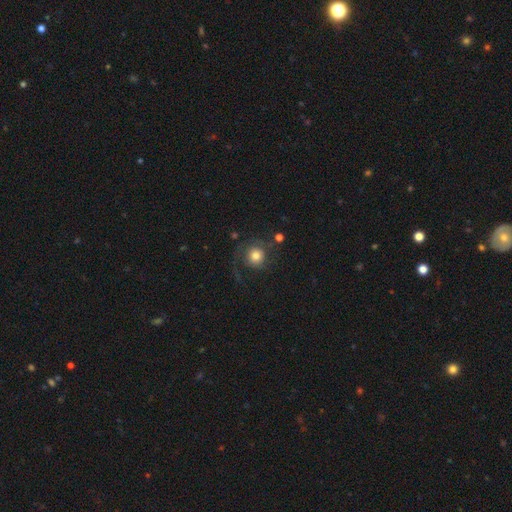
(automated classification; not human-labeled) Smooth or featured? Predicted: smooth (p=0.60). How rounded? Predicted: round (p=0.91). Merging? Predicted: none (p=0.56).